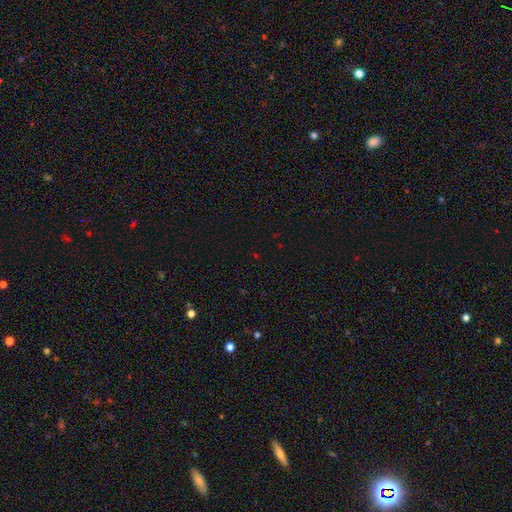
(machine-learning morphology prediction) This is likely a star or artifact rather than a galaxy (66%).